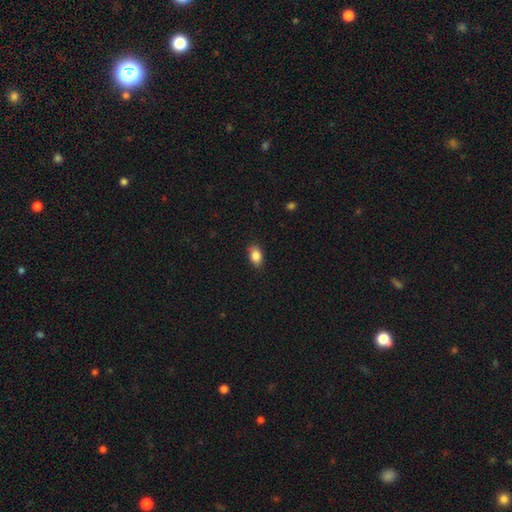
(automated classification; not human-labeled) smooth 87%, star or artifact 8%, featured or disk 5%. Down the decision tree: how rounded — in between (84%); merging — none (85%).